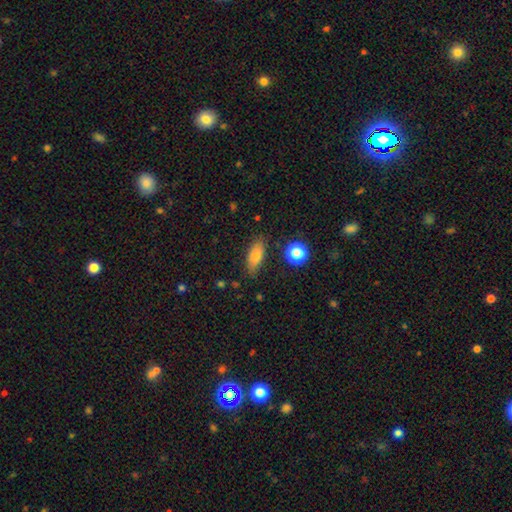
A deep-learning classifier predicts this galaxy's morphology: smooth_or_featured: smooth (p=0.75) [alt: featured or disk p=0.15]
how_rounded: in between (p=0.72) [alt: cigar-shaped p=0.23]
merging: none (p=0.82) [alt: minor disturbance p=0.13]